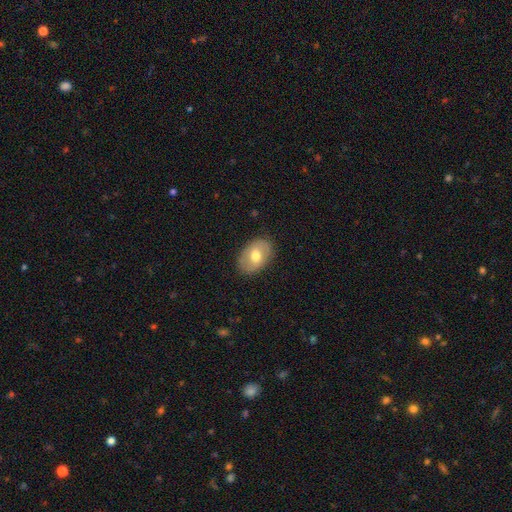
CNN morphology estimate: The model was most divided on "smooth or featured": smooth: 62%, featured or disk: 32%, star or artifact: 7%. More confident: merging — none (84%); how rounded — in between (80%).